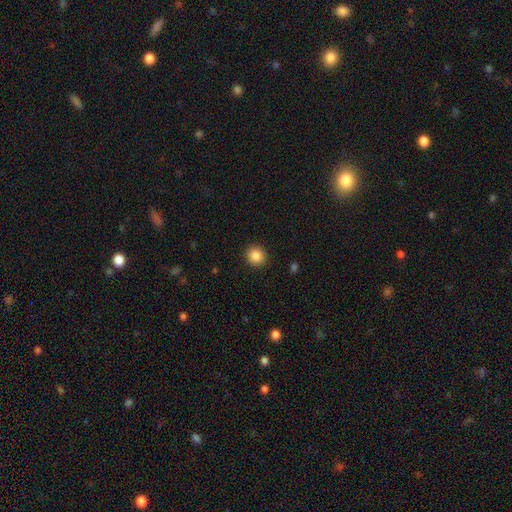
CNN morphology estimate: This appears to be a smooth galaxy with no disk features (87%) that is round (92%). Merging: none (92%).